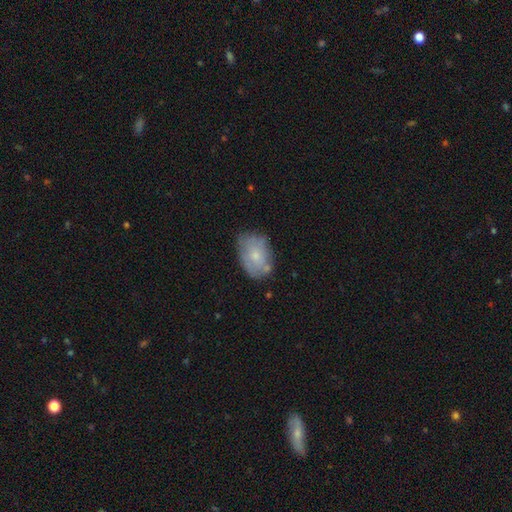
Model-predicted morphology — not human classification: Smooth or featured? Predicted: smooth (p=0.60). How rounded? Predicted: in between (p=0.81). Merging? Predicted: none (p=0.59).